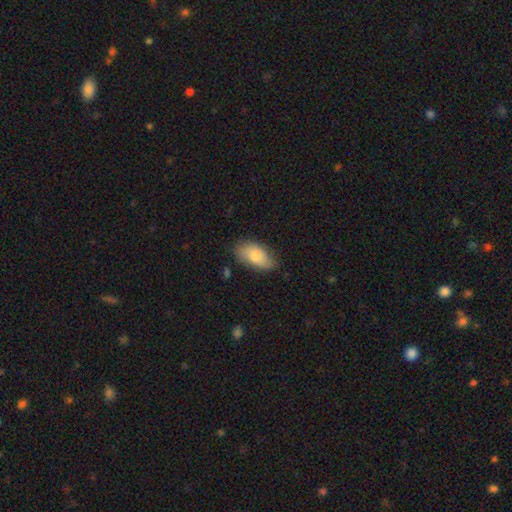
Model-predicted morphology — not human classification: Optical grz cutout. It shows a smooth galaxy with no disk features (72%) that is in between round and cigar-shaped (93%). Merging: none (61%).